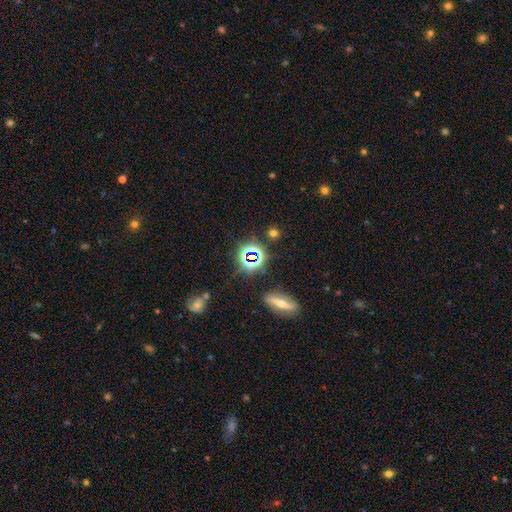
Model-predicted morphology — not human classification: smooth-or-featured: star or artifact: 62% | smooth: 27% | featured or disk: 11%